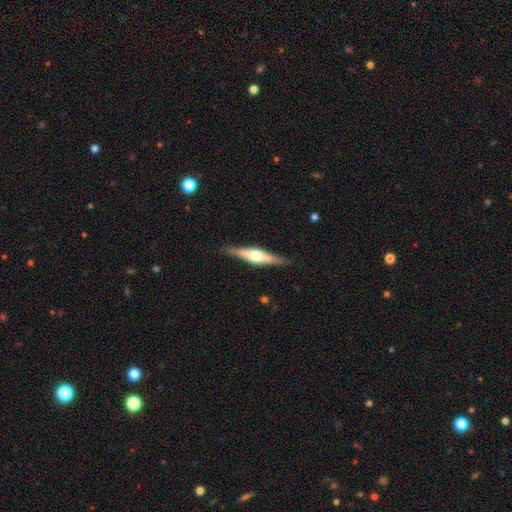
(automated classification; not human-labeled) Smooth or featured? Predicted: featured or disk (p=0.72). Edge-on disk? Predicted: yes (p=0.97). Edge-on bulge? Predicted: rounded (p=0.91). Merging? Predicted: none (p=0.88).